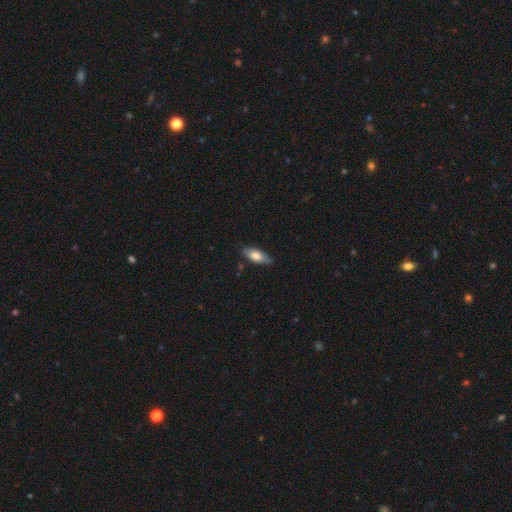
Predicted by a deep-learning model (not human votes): This appears to be a smooth galaxy with no disk features (76%) that is in between round and cigar-shaped (82%). Merging: none (79%).